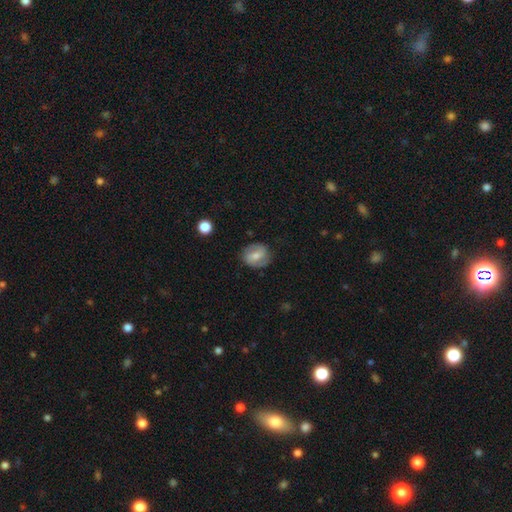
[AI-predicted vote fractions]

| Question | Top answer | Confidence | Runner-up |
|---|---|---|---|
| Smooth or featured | featured or disk | 52% | smooth (41%) |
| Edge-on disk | no | 97% | yes (3%) |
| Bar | weak | 45% | no (29%) |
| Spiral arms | yes | 76% | no (24%) |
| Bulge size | moderate | 58% | small (34%) |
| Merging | none | 80% | minor disturbance (14%) |